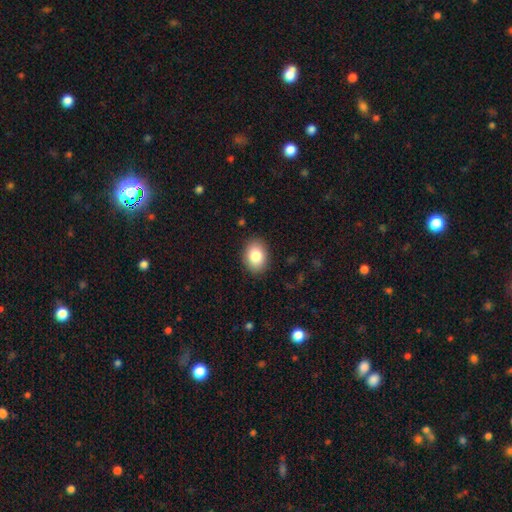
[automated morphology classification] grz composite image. It shows a smooth galaxy with no disk features (85%) that is in between round and cigar-shaped (71%). Merging: none (88%).